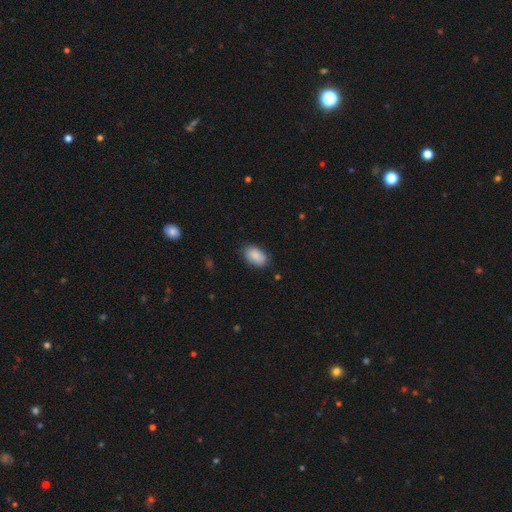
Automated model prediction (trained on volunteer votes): Overall: smooth (88%). How rounded: in between (92%). Merging: none (80%).